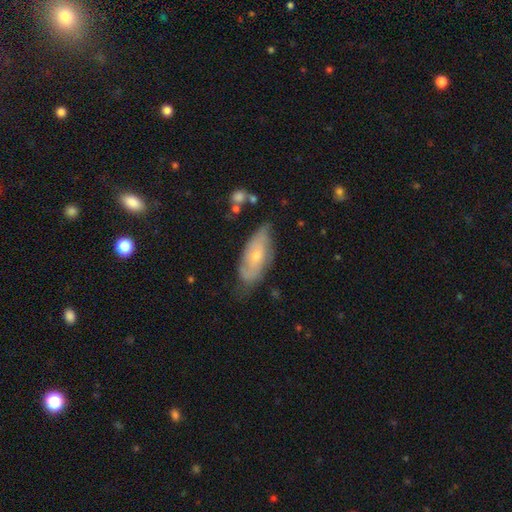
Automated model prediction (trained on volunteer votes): Morphology: type=featured or disk (53%); edge-on=no (84%); merging=none (60%).